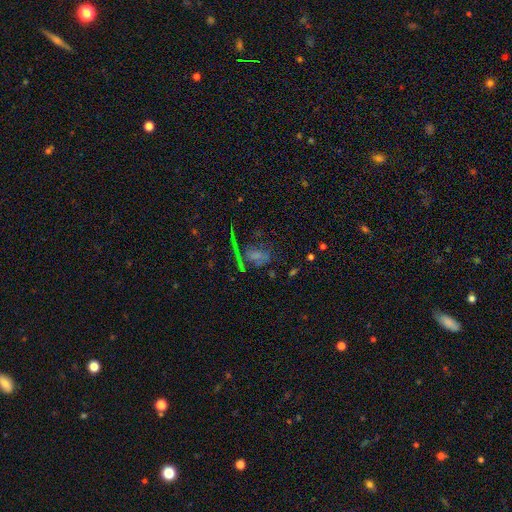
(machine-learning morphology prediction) Q: Smooth or featured?
A: star or artifact (39%); runner-up: featured or disk (32%)